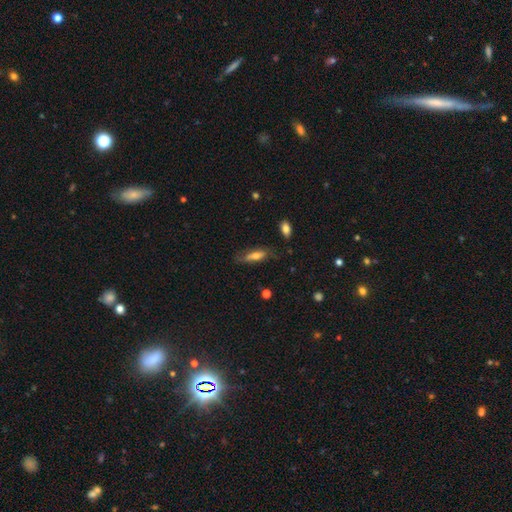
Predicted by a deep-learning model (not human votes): Q: Smooth or featured?
A: smooth (57%); runner-up: featured or disk (35%)
Q: How rounded?
A: in between (51%); runner-up: cigar-shaped (47%)
Q: Merging?
A: none (65%); runner-up: minor disturbance (24%)